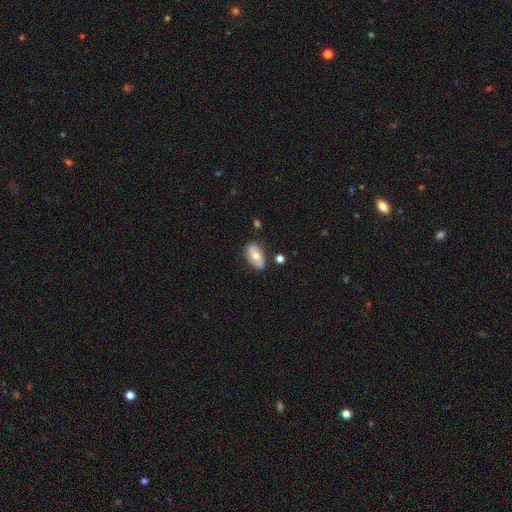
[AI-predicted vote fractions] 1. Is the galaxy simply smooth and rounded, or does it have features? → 54% smooth, 39% featured or disk, 7% star or artifact.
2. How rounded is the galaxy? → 91% in between, 6% round, 3% cigar-shaped.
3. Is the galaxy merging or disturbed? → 78% none, 15% minor disturbance, 3% merger, 3% major disturbance.